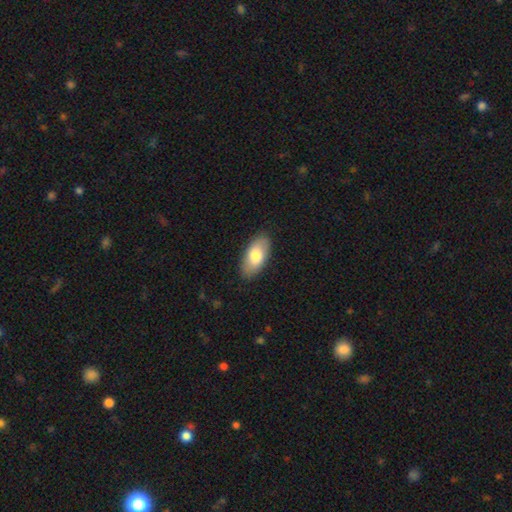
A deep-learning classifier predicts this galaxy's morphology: Smooth or featured: smooth — 78% (featured or disk — 17%)
How rounded: in between — 92% (cigar-shaped — 5%)
Merging: none — 86% (minor disturbance — 10%)